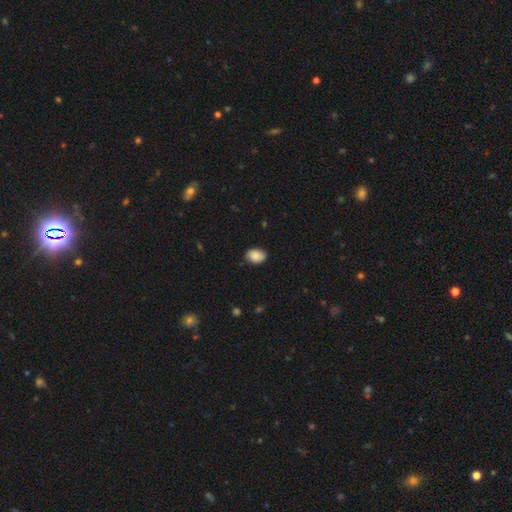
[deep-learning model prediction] This is clearly a smooth galaxy (84%). How rounded: likely in between (80%). Merging: clearly none (82%).